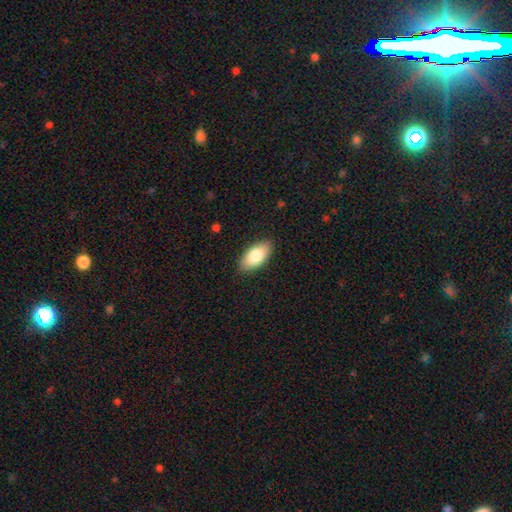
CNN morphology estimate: Smooth or featured: smooth — 81% (featured or disk — 13%)
How rounded: in between — 92% (cigar-shaped — 5%)
Merging: none — 88% (minor disturbance — 9%)